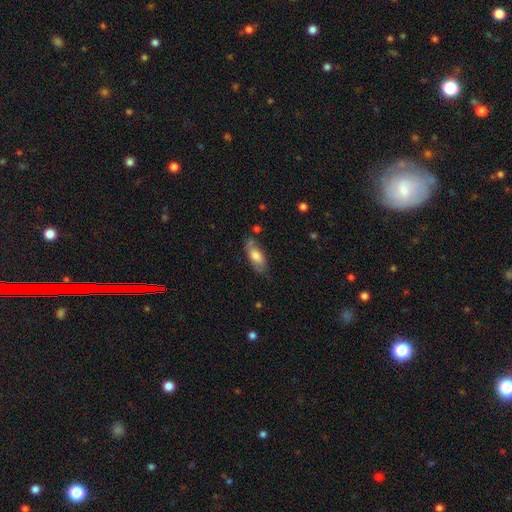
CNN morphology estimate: This is likely a smooth galaxy (69%). How rounded: clearly in between (81%). Merging: likely none (65%).